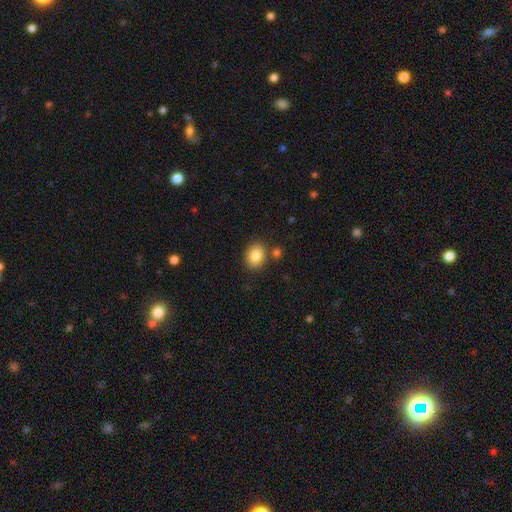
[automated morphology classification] smooth-or-featured: smooth: 85% | star or artifact: 9% | featured or disk: 7%
  how-rounded: in between: 51% | round: 48% | cigar-shaped: 1%
  merging: none: 78% | minor disturbance: 10% | merger: 9% | major disturbance: 3%